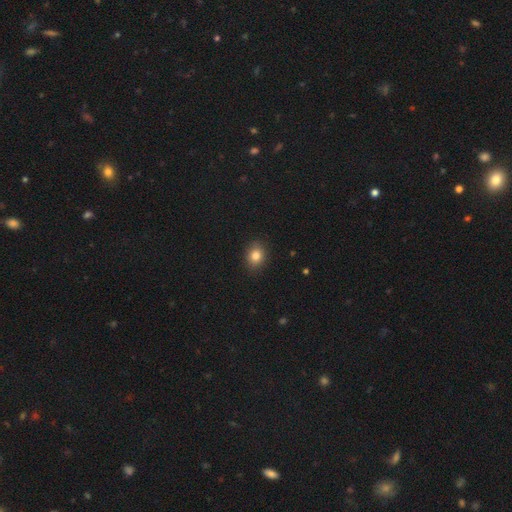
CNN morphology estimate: A smooth galaxy with no disk features (83%) that is round (53%). Merging: none (88%).